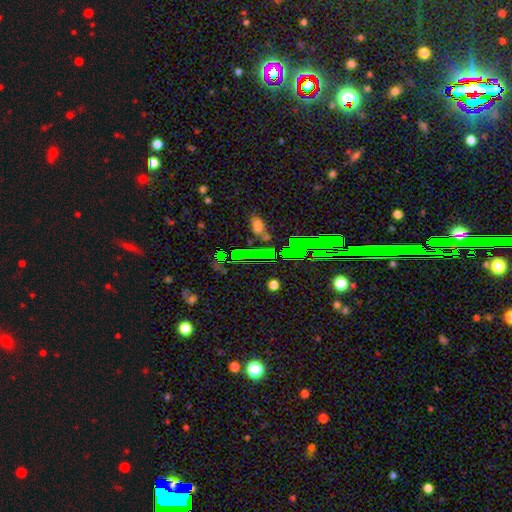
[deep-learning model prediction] Morphology: type=star or artifact (45%).